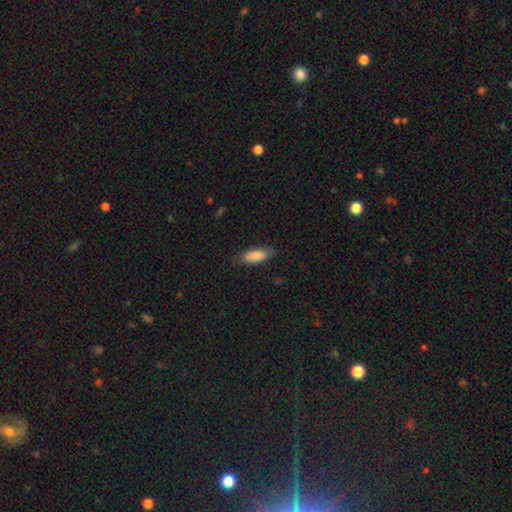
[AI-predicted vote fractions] This appears to be a smooth galaxy with no disk features (87%) that is in between round and cigar-shaped (76%). Merging: none (79%).